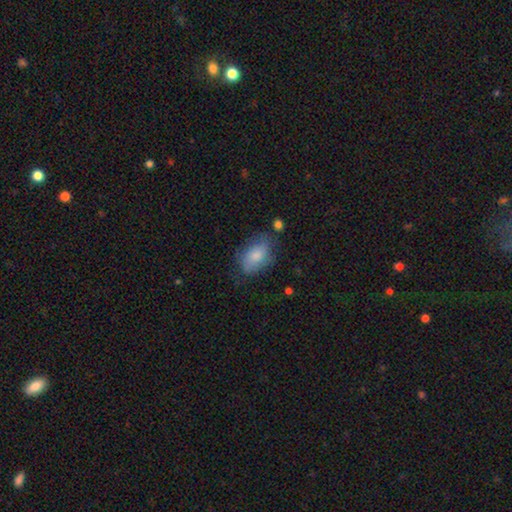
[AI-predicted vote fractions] The model was most divided on "merging": none: 61%, minor disturbance: 26%, major disturbance: 9%, merger: 3%. More confident: how rounded — in between (90%); smooth or featured — smooth (76%).